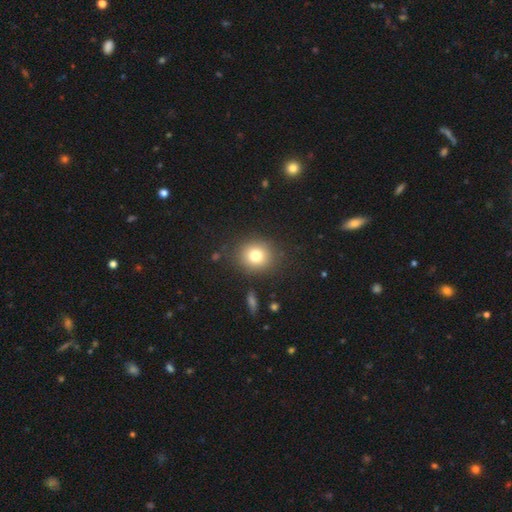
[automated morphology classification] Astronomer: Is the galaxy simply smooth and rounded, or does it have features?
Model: smooth — 78%.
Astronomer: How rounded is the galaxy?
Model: round — 82%.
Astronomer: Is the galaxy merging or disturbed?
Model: none — 86%.